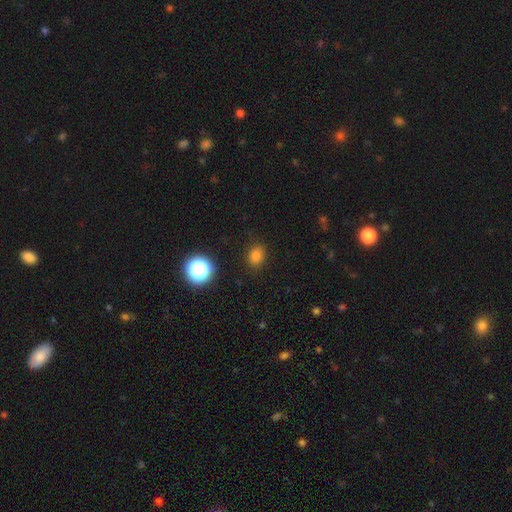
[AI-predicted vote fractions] Smooth or featured? smooth (79%)
How rounded? in between (53%)
Merging? none (85%)